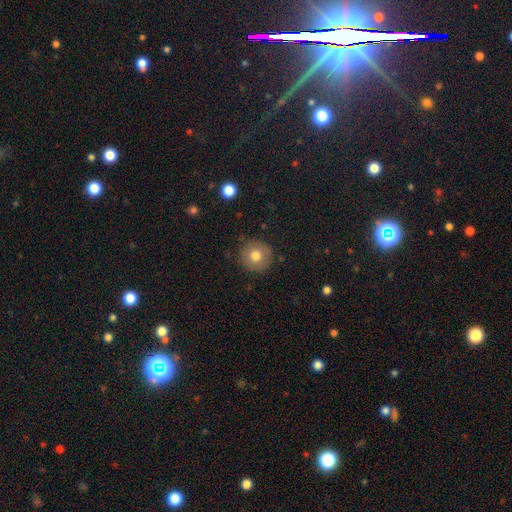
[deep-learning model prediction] smooth-or-featured: smooth: 76% | featured or disk: 15% | star or artifact: 10%
  how-rounded: round: 94% | in between: 5% | cigar-shaped: 1%
  merging: none: 88% | minor disturbance: 8% | major disturbance: 3% | merger: 1%